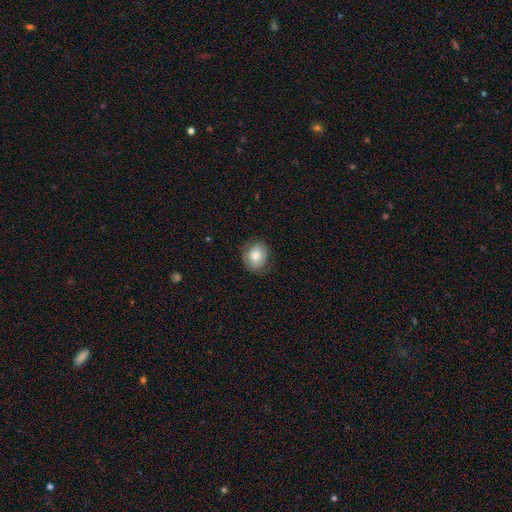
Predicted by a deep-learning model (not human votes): Q: Smooth or featured?
A: smooth (78%); runner-up: featured or disk (15%)
Q: How rounded?
A: round (63%); runner-up: in between (36%)
Q: Merging?
A: none (73%); runner-up: minor disturbance (21%)